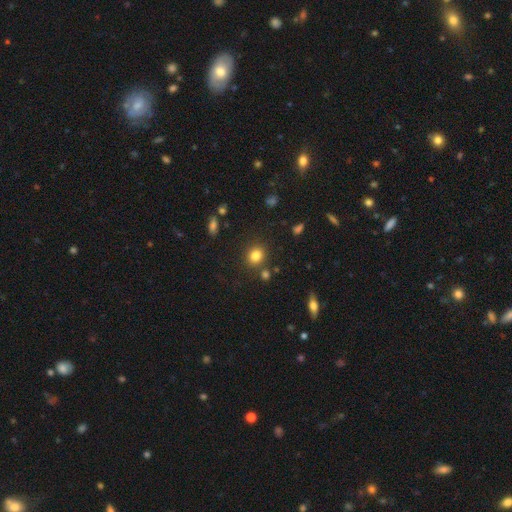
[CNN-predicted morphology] Q: Smooth or featured?
A: smooth (82%); runner-up: star or artifact (12%)
Q: How rounded?
A: round (74%); runner-up: in between (25%)
Q: Merging?
A: none (81%); runner-up: minor disturbance (9%)